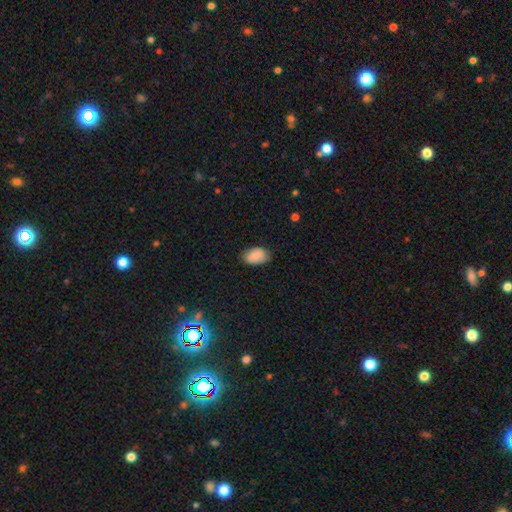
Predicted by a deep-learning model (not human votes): This is clearly a smooth galaxy (83%). How rounded: clearly in between (91%). Merging: likely none (79%).